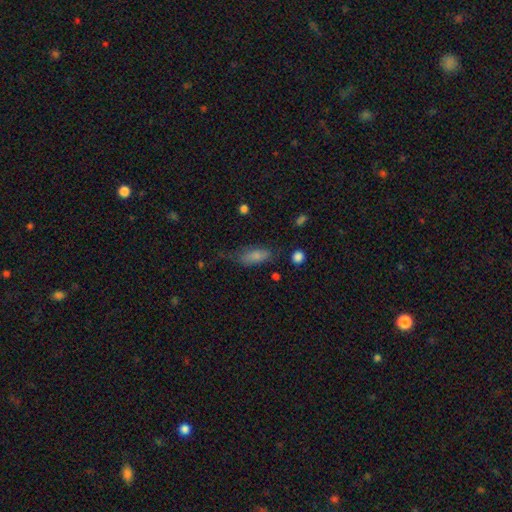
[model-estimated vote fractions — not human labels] smooth_or_featured: smooth (p=0.79) [alt: featured or disk p=0.12]
how_rounded: in between (p=0.80) [alt: cigar-shaped p=0.16]
merging: none (p=0.51) [alt: minor disturbance p=0.30]